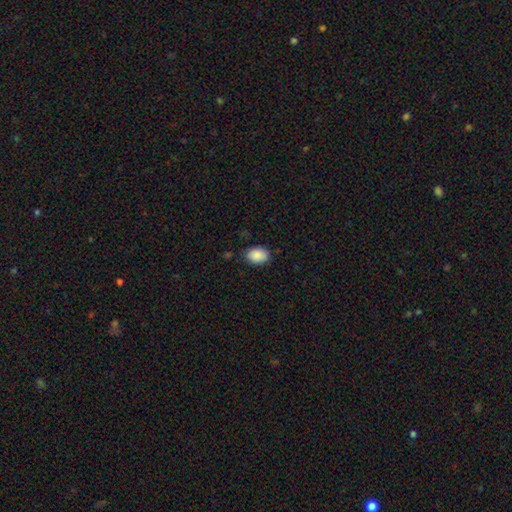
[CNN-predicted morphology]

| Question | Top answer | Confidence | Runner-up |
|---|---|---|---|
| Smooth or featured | smooth | 89% | star or artifact (7%) |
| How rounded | in between | 80% | round (19%) |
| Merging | none | 81% | minor disturbance (14%) |